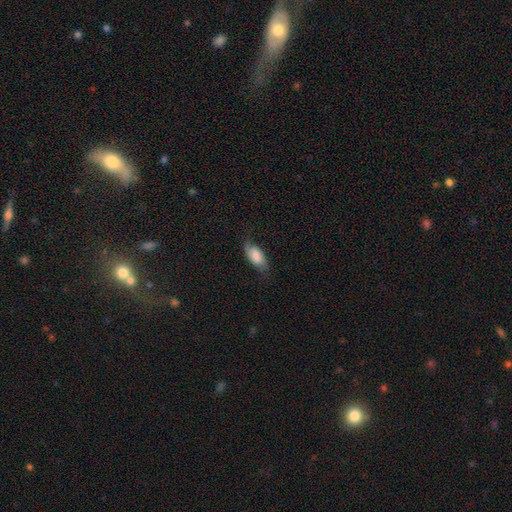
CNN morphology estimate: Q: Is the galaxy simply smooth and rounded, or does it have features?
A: smooth — 66%.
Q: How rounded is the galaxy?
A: in between — 89%.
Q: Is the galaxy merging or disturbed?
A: none — 64%.